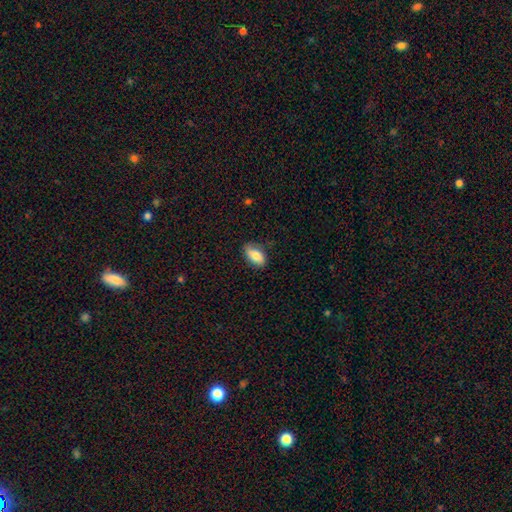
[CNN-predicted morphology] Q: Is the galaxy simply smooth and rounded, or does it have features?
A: smooth — 77%.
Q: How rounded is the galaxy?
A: in between — 90%.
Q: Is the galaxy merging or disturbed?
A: none — 75%.